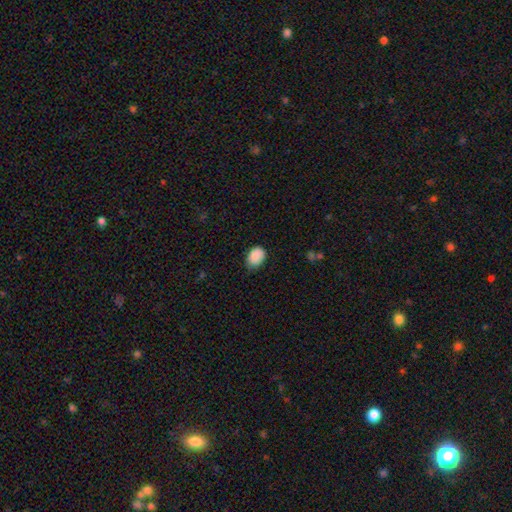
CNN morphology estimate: Smooth or featured: smooth — 88% (star or artifact — 7%)
How rounded: in between — 73% (round — 27%)
Merging: none — 66% (minor disturbance — 28%)